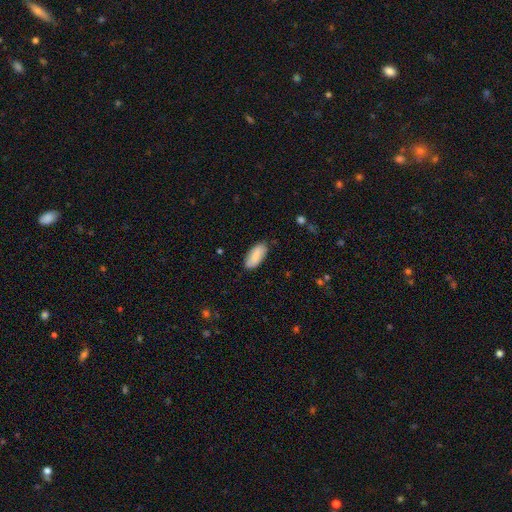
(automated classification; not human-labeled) Smooth or featured: smooth — 83% (featured or disk — 11%)
How rounded: in between — 87% (cigar-shaped — 11%)
Merging: none — 84% (minor disturbance — 13%)